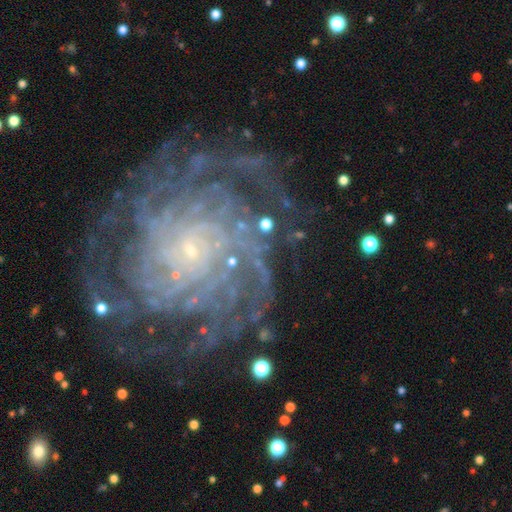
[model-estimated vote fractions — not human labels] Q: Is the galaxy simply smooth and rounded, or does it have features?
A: featured or disk — 88%.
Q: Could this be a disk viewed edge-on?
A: no — 97%.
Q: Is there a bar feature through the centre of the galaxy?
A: no — 76%.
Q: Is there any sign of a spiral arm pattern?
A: yes — 97%.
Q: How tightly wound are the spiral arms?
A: tight — 74%.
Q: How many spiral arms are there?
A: more than 4 — 33%.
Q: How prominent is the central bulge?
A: small — 87%.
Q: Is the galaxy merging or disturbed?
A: none — 74%.